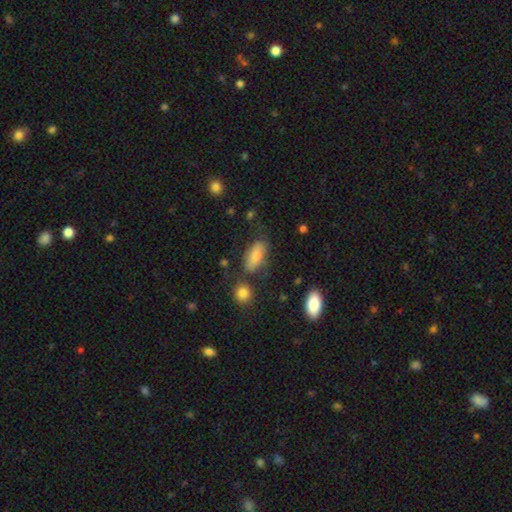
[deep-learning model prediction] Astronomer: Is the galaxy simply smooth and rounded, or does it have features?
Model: smooth — 81%.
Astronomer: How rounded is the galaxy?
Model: in between — 87%.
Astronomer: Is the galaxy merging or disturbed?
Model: none — 61%.